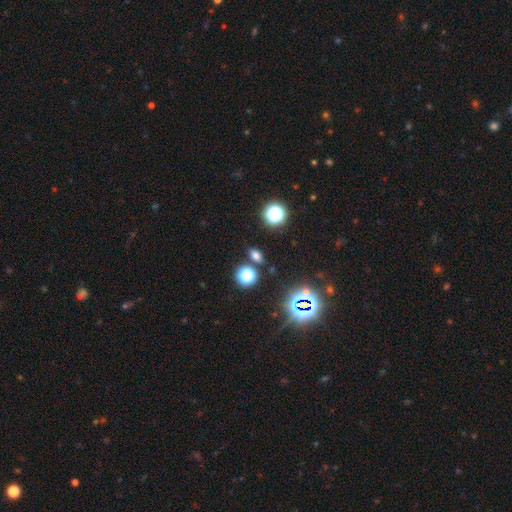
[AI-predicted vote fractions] Overall: smooth (66%). How rounded: in between (69%). Merging: none (84%).